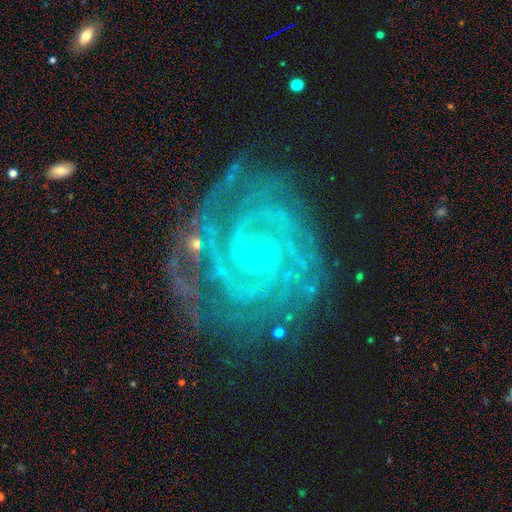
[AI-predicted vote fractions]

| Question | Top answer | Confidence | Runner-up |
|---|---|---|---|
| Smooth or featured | featured or disk | 90% | star or artifact (6%) |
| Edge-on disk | no | 98% | yes (2%) |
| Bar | no | 68% | weak (22%) |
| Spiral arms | yes | 98% | no (2%) |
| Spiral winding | tight | 79% | medium (18%) |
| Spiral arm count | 2 | 37% | 3 (19%) |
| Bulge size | small | 88% | moderate (7%) |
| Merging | none | 70% | minor disturbance (19%) |